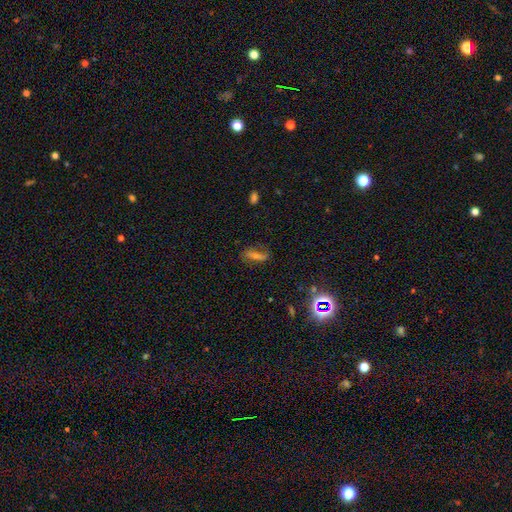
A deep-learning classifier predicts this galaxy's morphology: smooth_or_featured: featured or disk (p=0.41) [alt: smooth p=0.32]
merging: none (p=0.70) [alt: minor disturbance p=0.19]